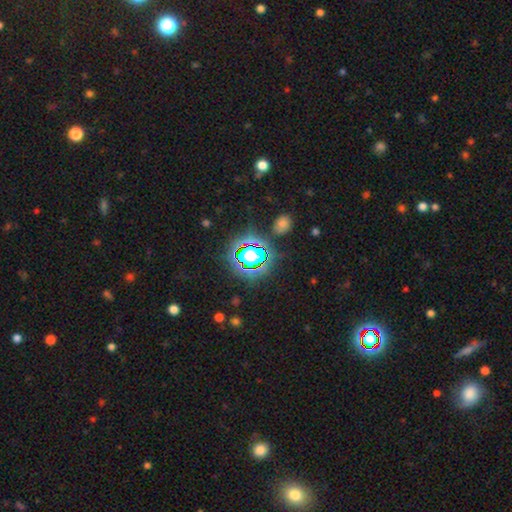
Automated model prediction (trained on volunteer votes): smooth_or_featured: star or artifact (p=0.71) [alt: smooth p=0.20]